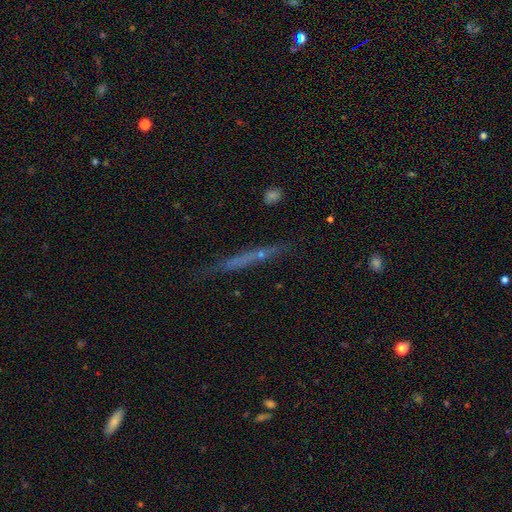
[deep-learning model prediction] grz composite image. It shows a featured or disk galaxy (51%) viewed edge-on (92%). Merging: none (81%).